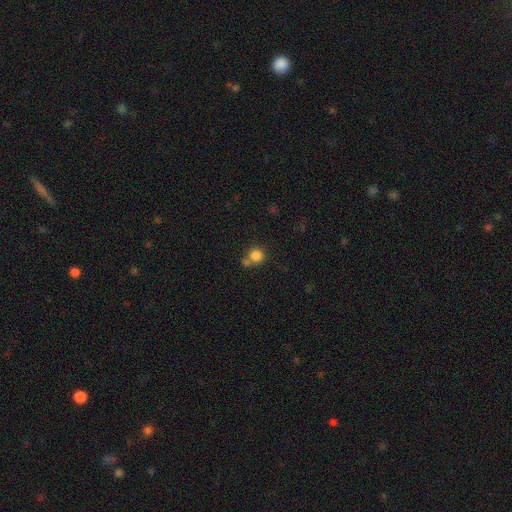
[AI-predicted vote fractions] smooth-or-featured: smooth: 83% | star or artifact: 11% | featured or disk: 6%
  how-rounded: round: 90% | in between: 9% | cigar-shaped: 1%
  merging: none: 57% | merger: 29% | minor disturbance: 10% | major disturbance: 4%